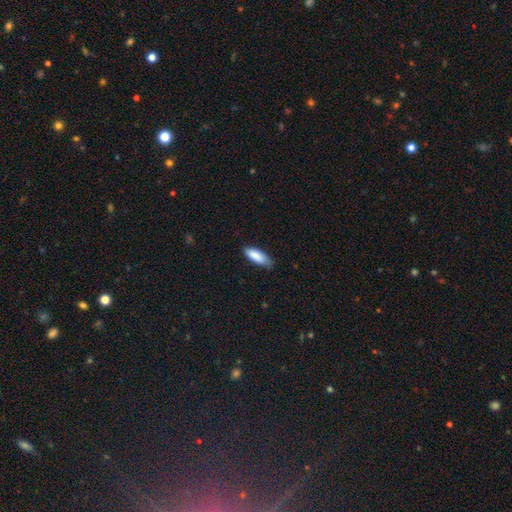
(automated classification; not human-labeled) smooth_or_featured: smooth (p=0.87) [alt: featured or disk p=0.07]
how_rounded: in between (p=0.67) [alt: cigar-shaped p=0.32]
merging: none (p=0.68) [alt: minor disturbance p=0.27]